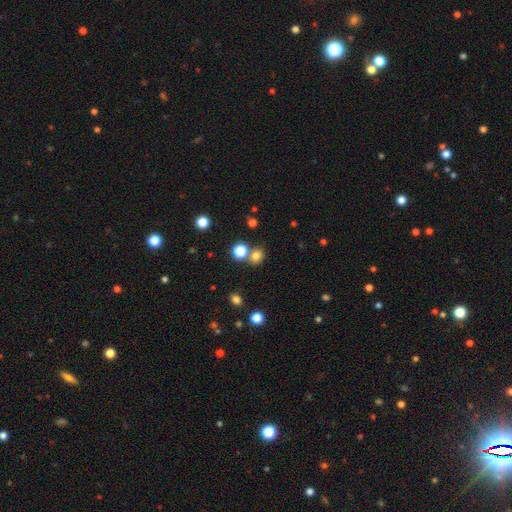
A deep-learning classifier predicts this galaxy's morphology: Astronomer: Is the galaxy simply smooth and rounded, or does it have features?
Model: smooth — 76%.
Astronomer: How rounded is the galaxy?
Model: round — 67%.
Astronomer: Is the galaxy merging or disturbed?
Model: none — 66%.